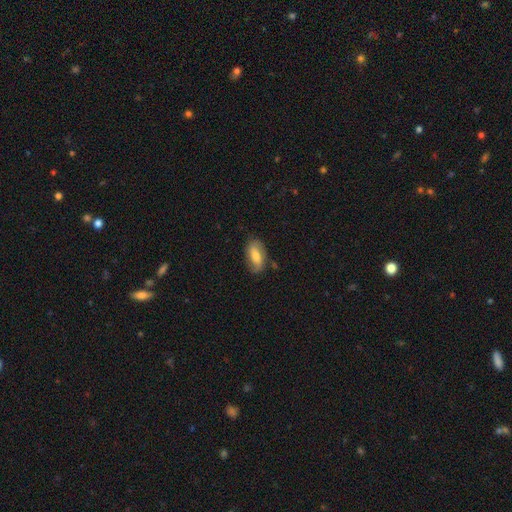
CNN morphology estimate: Smooth or featured? smooth (63%)
How rounded? in between (88%)
Merging? none (72%)